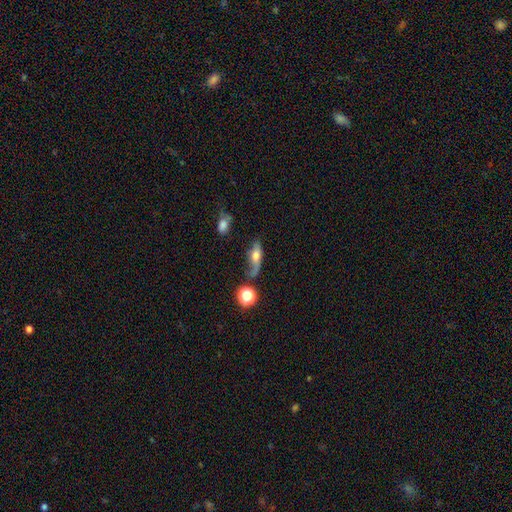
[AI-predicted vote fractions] smooth 53%, featured or disk 37%, star or artifact 10%. Down the decision tree: how rounded — in between (62%); merging — none (41%).